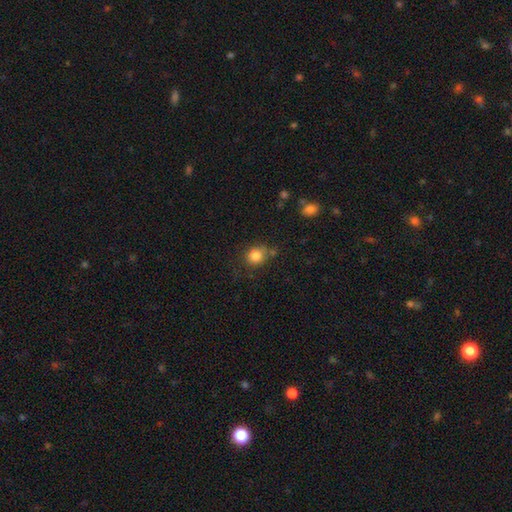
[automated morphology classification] Smooth or featured: smooth — 83% (star or artifact — 11%)
How rounded: round — 78% (in between — 21%)
Merging: none — 63% (minor disturbance — 21%)